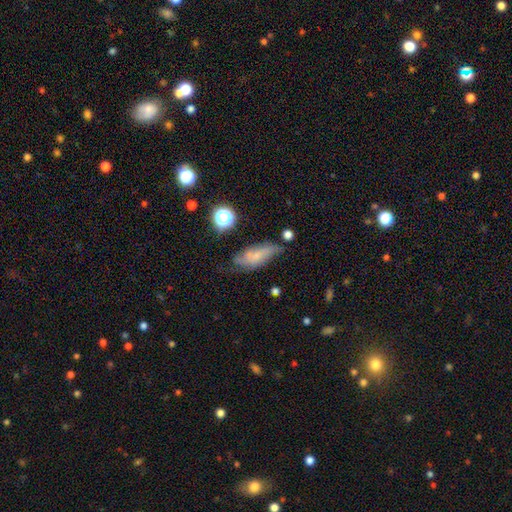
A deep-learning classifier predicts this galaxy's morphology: Q: Smooth or featured?
A: smooth (52%); runner-up: featured or disk (36%)
Q: How rounded?
A: in between (72%); runner-up: cigar-shaped (23%)
Q: Merging?
A: none (48%); runner-up: minor disturbance (32%)